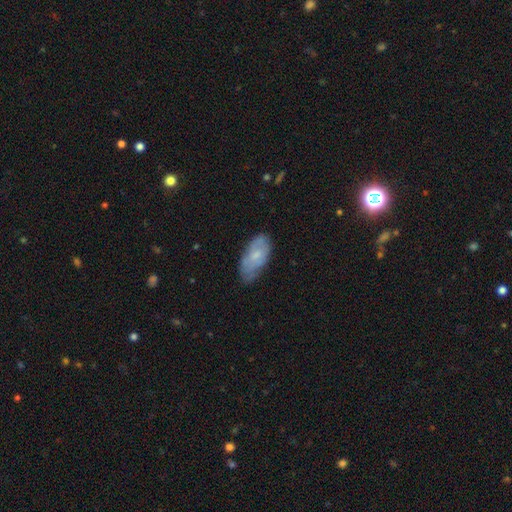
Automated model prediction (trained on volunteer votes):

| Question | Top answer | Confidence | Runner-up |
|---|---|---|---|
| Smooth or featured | smooth | 62% | featured or disk (31%) |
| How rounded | in between | 89% | cigar-shaped (9%) |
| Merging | none | 60% | minor disturbance (31%) |